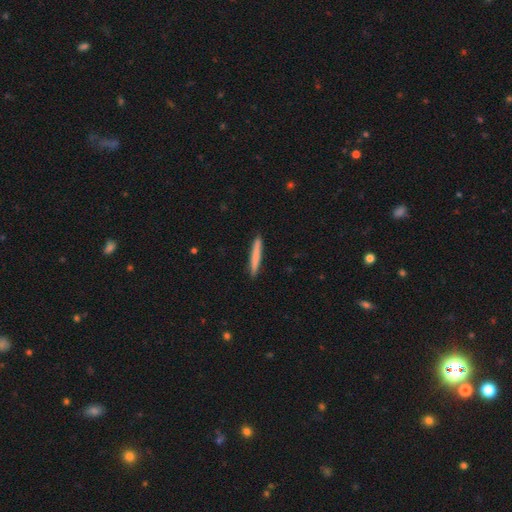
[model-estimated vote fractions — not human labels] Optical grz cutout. It shows a smooth galaxy with no disk features (76%) that is cigar-shaped (96%). Merging: none (92%).